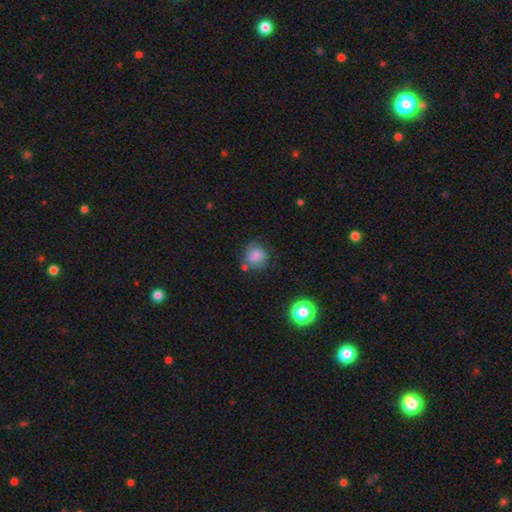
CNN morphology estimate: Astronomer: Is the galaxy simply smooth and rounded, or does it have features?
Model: smooth — 71%.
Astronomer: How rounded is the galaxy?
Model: round — 80%.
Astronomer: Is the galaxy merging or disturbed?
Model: none — 62%.